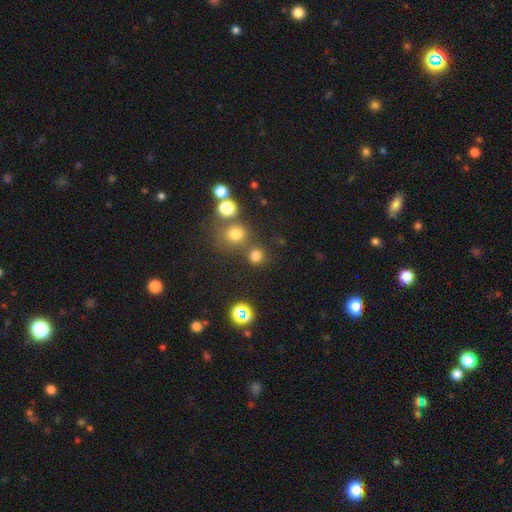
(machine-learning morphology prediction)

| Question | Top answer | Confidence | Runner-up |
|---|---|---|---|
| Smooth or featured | smooth | 73% | star or artifact (21%) |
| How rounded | round | 89% | in between (10%) |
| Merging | none | 71% | merger (17%) |